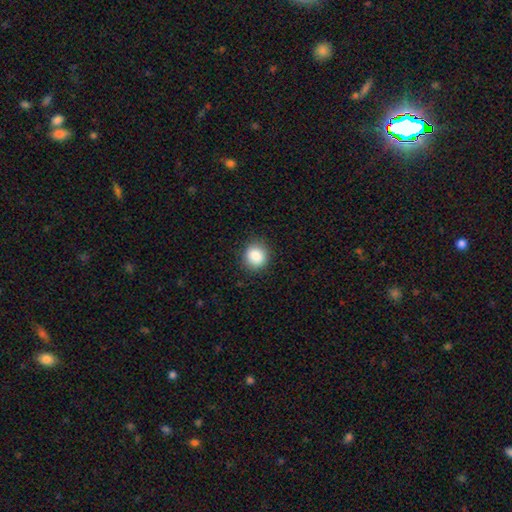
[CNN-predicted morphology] smooth-or-featured: smooth: 87% | star or artifact: 9% | featured or disk: 4%
  how-rounded: round: 84% | in between: 15% | cigar-shaped: 1%
  merging: none: 88% | minor disturbance: 9% | major disturbance: 2% | merger: 1%